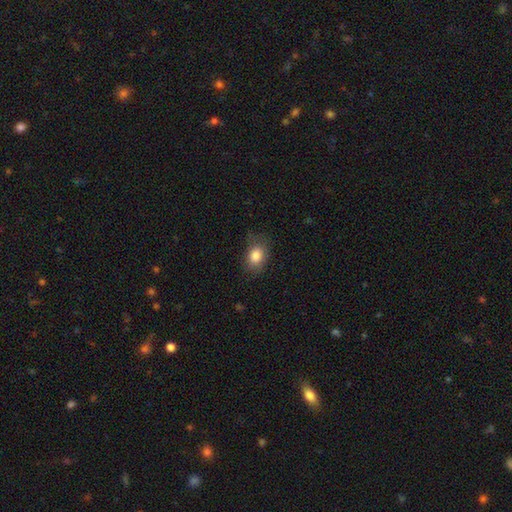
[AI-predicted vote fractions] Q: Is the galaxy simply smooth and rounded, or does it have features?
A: smooth — 83%.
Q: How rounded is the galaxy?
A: in between — 69%.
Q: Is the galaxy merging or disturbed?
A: none — 70%.